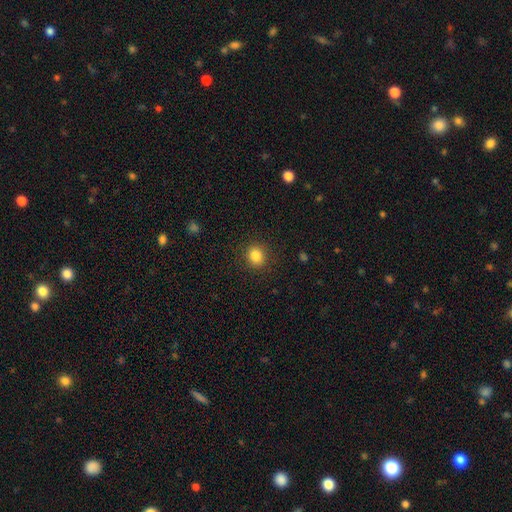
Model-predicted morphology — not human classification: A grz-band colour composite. It shows a smooth galaxy with no disk features (84%) that is round (80%). Merging: none (89%).